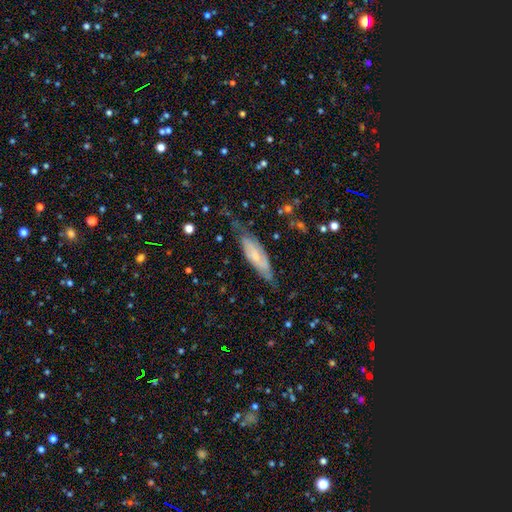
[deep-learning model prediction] Q: Smooth or featured?
A: featured or disk (57%); runner-up: smooth (36%)
Q: Edge-on disk?
A: no (68%); runner-up: yes (32%)
Q: Merging?
A: none (54%); runner-up: minor disturbance (30%)